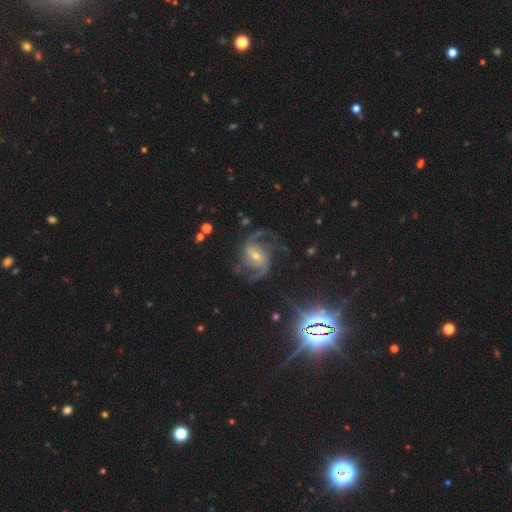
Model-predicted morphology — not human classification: Smooth or featured? featured or disk (87%)
Edge-on disk? no (98%)
Bar? weak (45%)
Spiral arms? yes (97%)
Spiral winding? medium (54%)
Spiral arm count? 2 (75%)
Bulge size? small (54%)
Merging? none (68%)